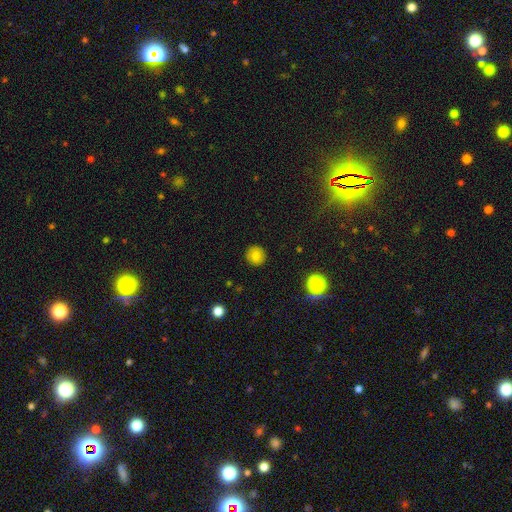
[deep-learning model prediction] The model was most divided on "smooth or featured": smooth: 80%, star or artifact: 12%, featured or disk: 8%. More confident: how rounded — round (94%); merging — none (91%).